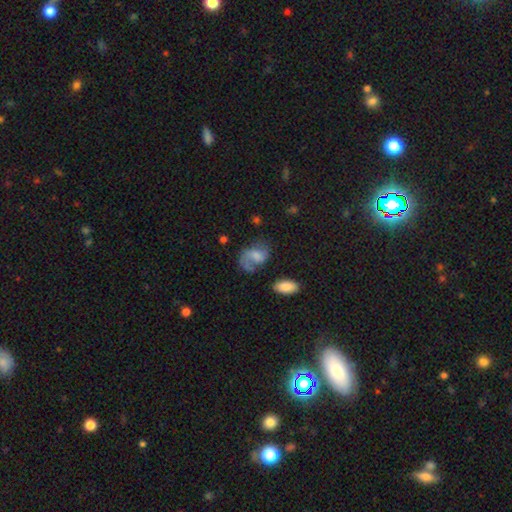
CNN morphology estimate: A featured or disk galaxy (54%) with no bar (53%), spiral arms (82%) and no central bulge (35%). Merging: none (39%).